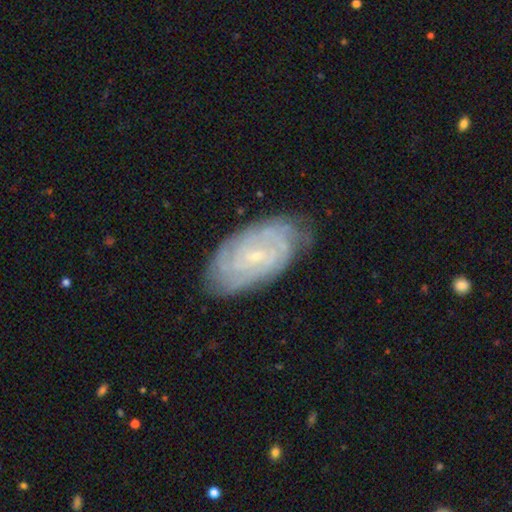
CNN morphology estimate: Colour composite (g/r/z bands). It shows a featured or disk galaxy (82%) with no bar (54%), tight (76%) spiral arms (95%) and a small central bulge (82%). Merging: none (78%).